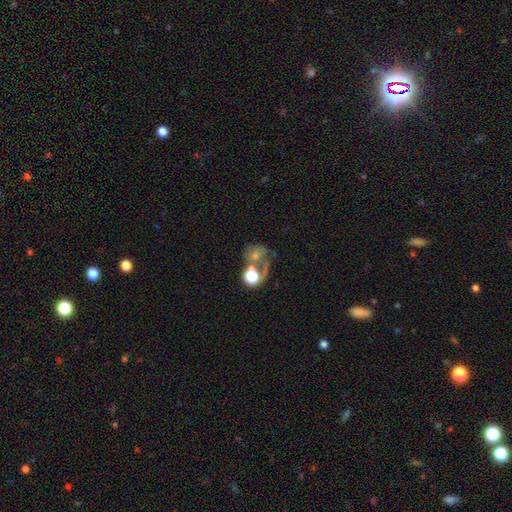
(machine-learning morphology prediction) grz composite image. It shows a smooth galaxy with no disk features (39%). Merging: merger (35%).